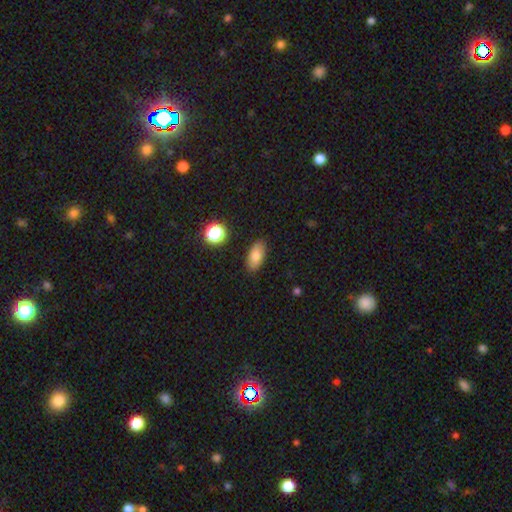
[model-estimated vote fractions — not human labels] This is likely a smooth galaxy (80%). How rounded: clearly in between (88%). Merging: clearly none (87%).